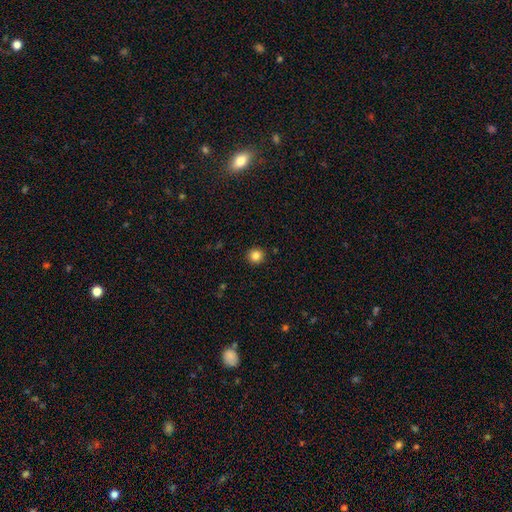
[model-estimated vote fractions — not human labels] Smooth or featured: smooth — 85% (star or artifact — 11%)
How rounded: round — 94% (in between — 5%)
Merging: none — 92% (minor disturbance — 5%)